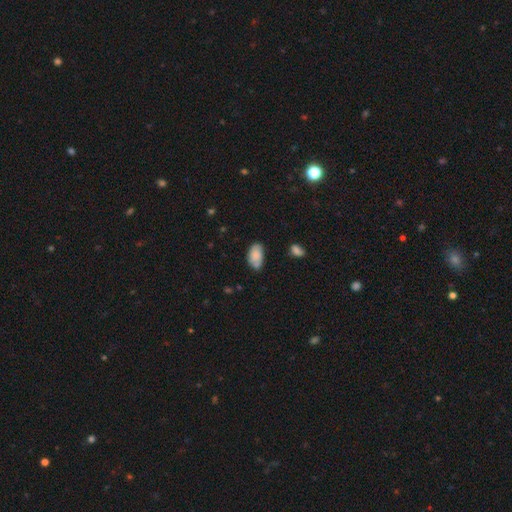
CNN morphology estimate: type=smooth (78%); roundness=in between (93%); merging=none (63%).